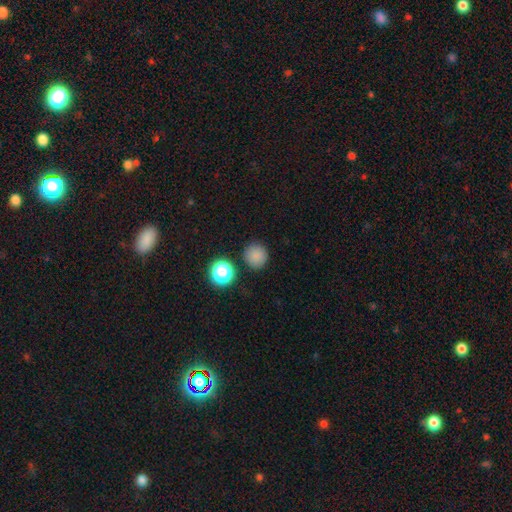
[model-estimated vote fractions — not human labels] Morphology: type=smooth (82%); roundness=round (93%); merging=none (87%).